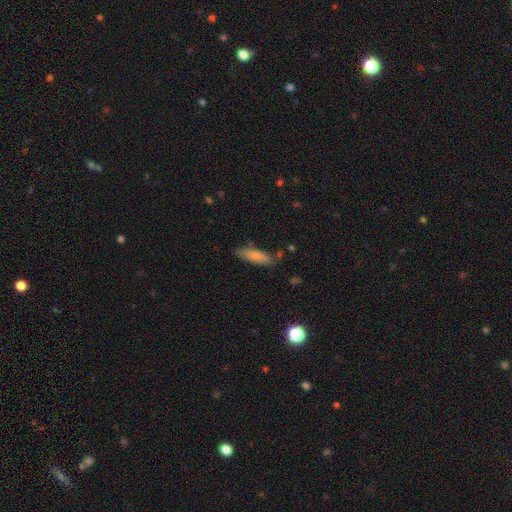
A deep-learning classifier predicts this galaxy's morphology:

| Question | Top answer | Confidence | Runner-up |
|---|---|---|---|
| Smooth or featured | smooth | 77% | featured or disk (16%) |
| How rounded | cigar-shaped | 50% | in between (48%) |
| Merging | none | 76% | minor disturbance (17%) |